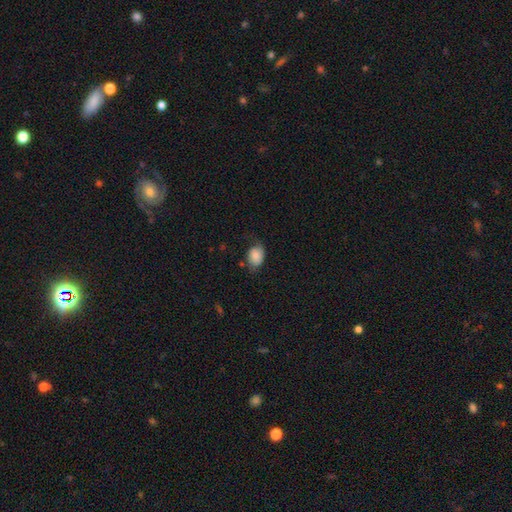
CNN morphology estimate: type=smooth (74%); roundness=in between (76%); merging=none (52%).